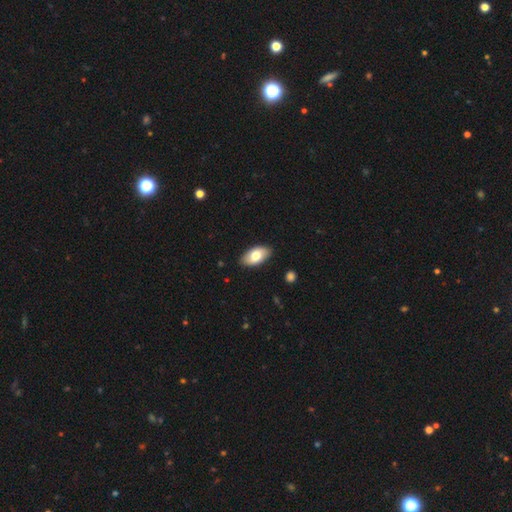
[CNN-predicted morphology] Smooth or featured? smooth (75%)
How rounded? in between (95%)
Merging? none (87%)